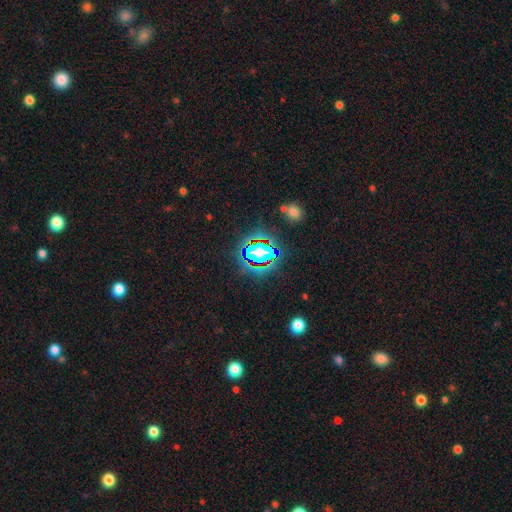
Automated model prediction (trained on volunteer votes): A star or artifact, not a galaxy (81%).